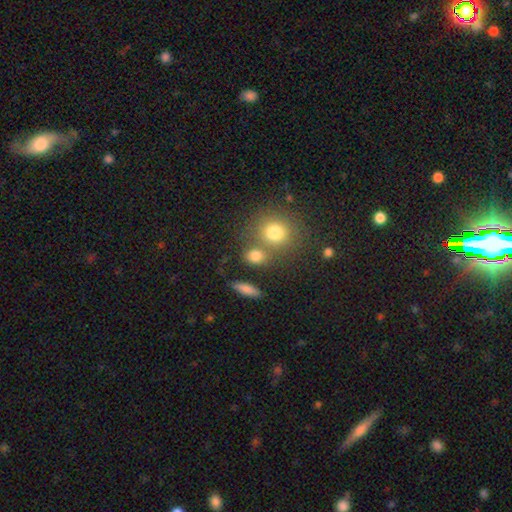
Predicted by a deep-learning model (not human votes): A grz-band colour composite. It shows a smooth galaxy with no disk features (79%) that is round (67%). Merging: none (59%).